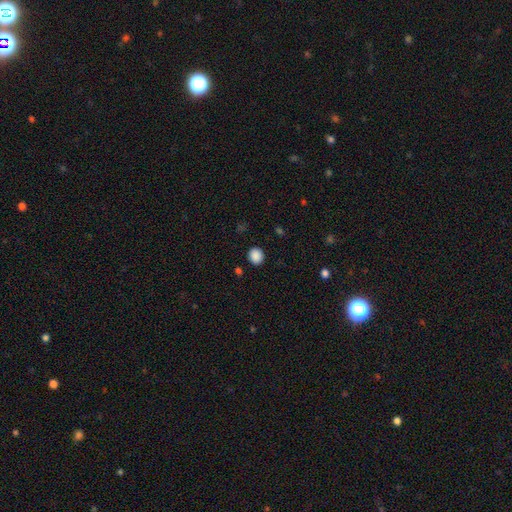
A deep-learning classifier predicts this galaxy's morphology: type=smooth (88%); roundness=round (82%); merging=none (91%).